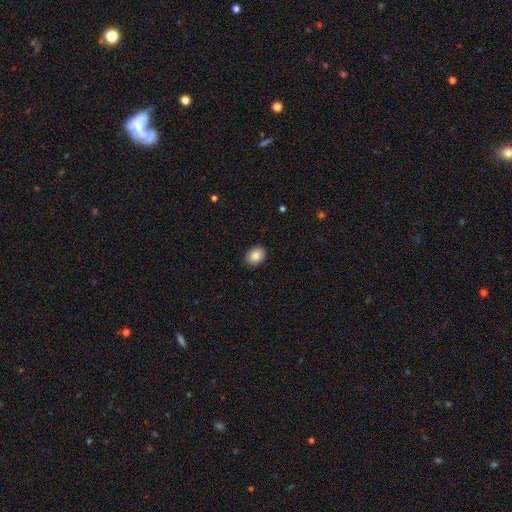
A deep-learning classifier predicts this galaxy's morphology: smooth 88%, star or artifact 8%, featured or disk 5%. Down the decision tree: how rounded — in between (65%); merging — none (88%).